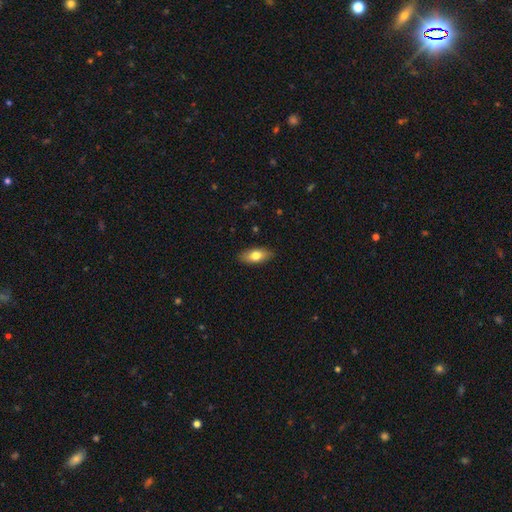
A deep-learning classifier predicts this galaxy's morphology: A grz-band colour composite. It shows a smooth galaxy with no disk features (75%) that is in between round and cigar-shaped (87%). Merging: none (87%).